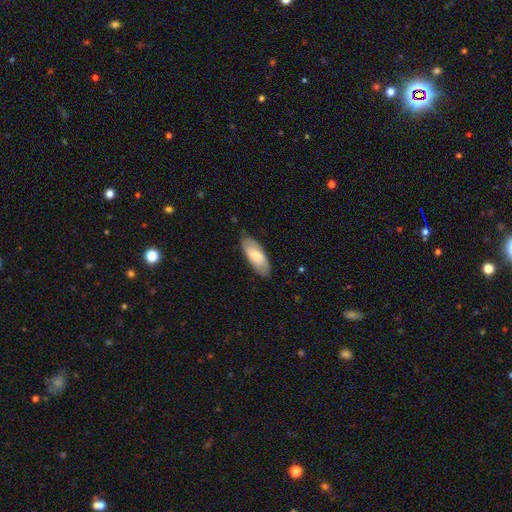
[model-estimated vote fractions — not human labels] This appears to be a smooth galaxy with no disk features (70%) that is in between round and cigar-shaped (79%). Merging: none (81%).